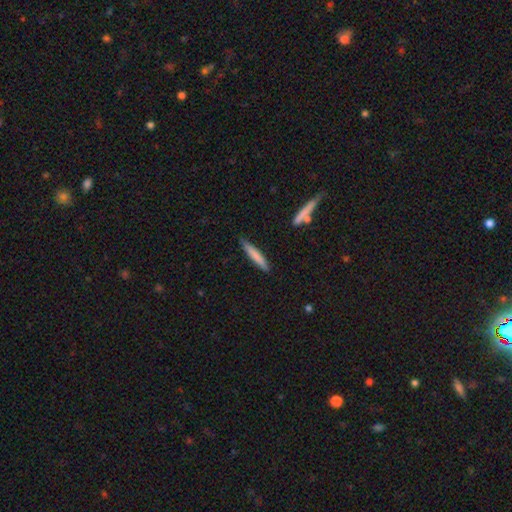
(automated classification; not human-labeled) Q: Smooth or featured?
A: smooth (76%); runner-up: featured or disk (19%)
Q: How rounded?
A: cigar-shaped (93%); runner-up: in between (6%)
Q: Merging?
A: none (84%); runner-up: minor disturbance (12%)